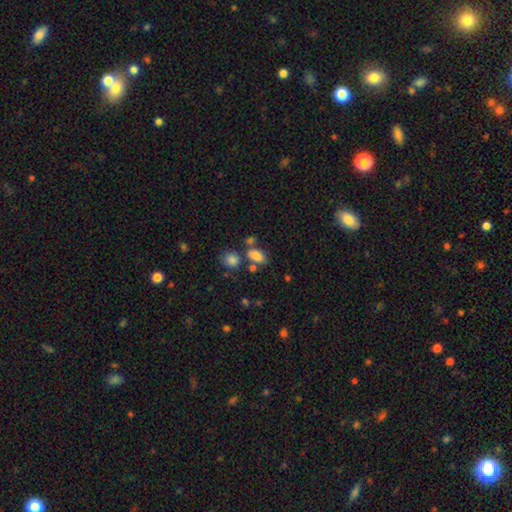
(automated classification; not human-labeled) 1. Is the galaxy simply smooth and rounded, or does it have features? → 83% smooth, 10% star or artifact, 7% featured or disk.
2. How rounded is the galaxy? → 87% in between, 8% round, 5% cigar-shaped.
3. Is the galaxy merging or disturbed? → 60% none, 20% merger, 14% minor disturbance, 5% major disturbance.